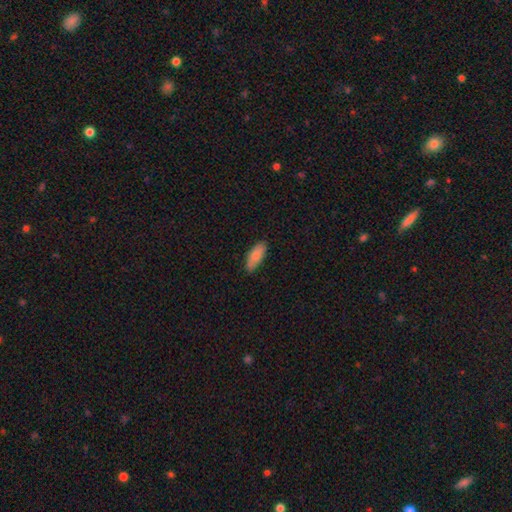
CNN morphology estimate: A smooth galaxy with no disk features (84%) that is in between round and cigar-shaped (75%).

Vote fractions:
- Smooth or featured? smooth: 84% / featured or disk: 10% / star or artifact: 6%
- How rounded? in between: 75% / cigar-shaped: 23% / round: 2%
- Merging? none: 82% / minor disturbance: 15% / major disturbance: 2% / merger: 1%